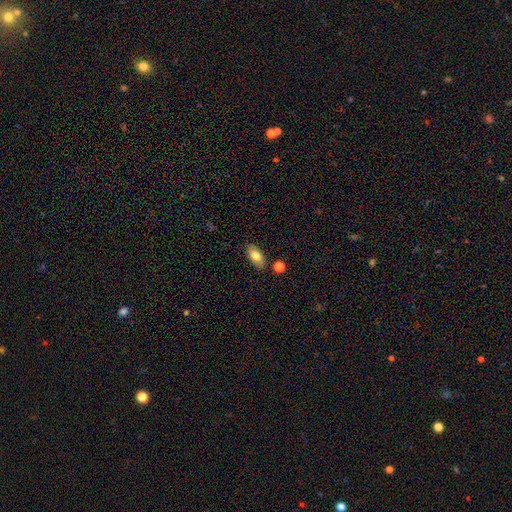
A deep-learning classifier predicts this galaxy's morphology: smooth 78%, featured or disk 15%, star or artifact 8%. Down the decision tree: how rounded — in between (90%); merging — none (82%).